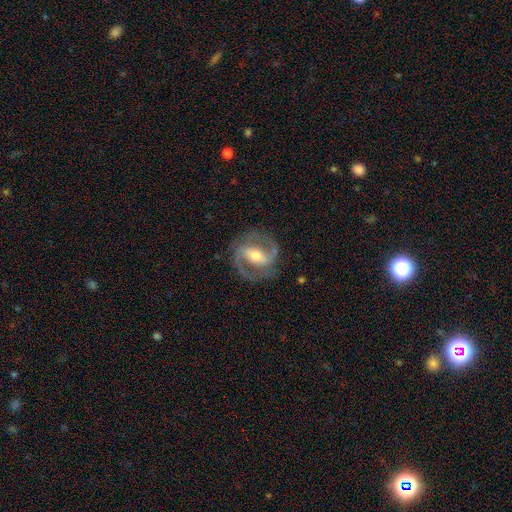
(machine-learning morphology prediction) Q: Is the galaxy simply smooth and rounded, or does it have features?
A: featured or disk — 87%.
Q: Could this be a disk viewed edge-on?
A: no — 97%.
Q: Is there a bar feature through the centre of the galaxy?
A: strong — 50%.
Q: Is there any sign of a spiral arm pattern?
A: yes — 94%.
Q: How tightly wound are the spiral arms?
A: medium — 56%.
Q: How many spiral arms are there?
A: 2 — 91%.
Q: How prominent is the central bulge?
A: moderate — 64%.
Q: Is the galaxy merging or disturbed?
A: none — 82%.